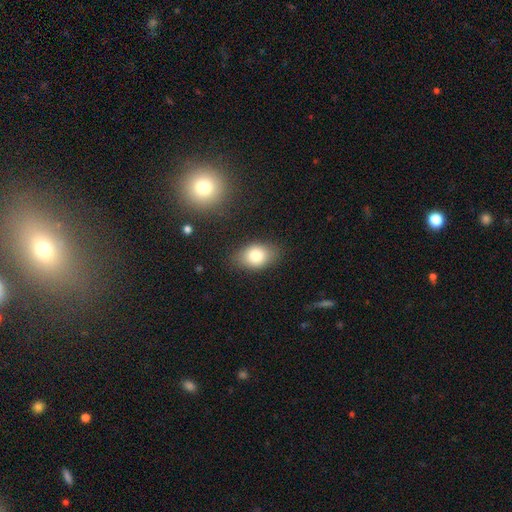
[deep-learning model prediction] Smooth or featured? smooth (81%)
How rounded? in between (80%)
Merging? none (81%)